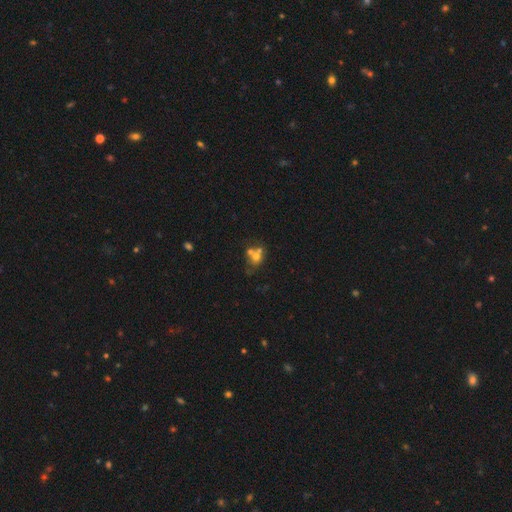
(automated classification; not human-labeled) This appears to be a smooth galaxy with no disk features (57%) that is round (68%). Merging: merger (51%).